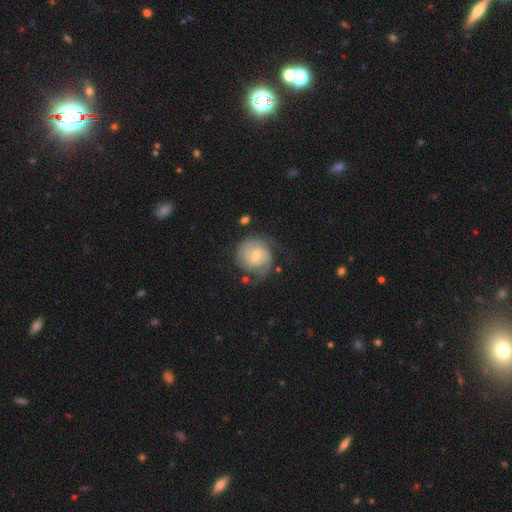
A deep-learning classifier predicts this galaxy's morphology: featured or disk 77%, smooth 17%, star or artifact 5%. Down the decision tree: edge-on disk — no (98%); bar — weak (47%); spiral arms — yes (94%); spiral arm count — 2 (62%); spiral winding — tight (55%); bulge size — moderate (52%); merging — none (63%).